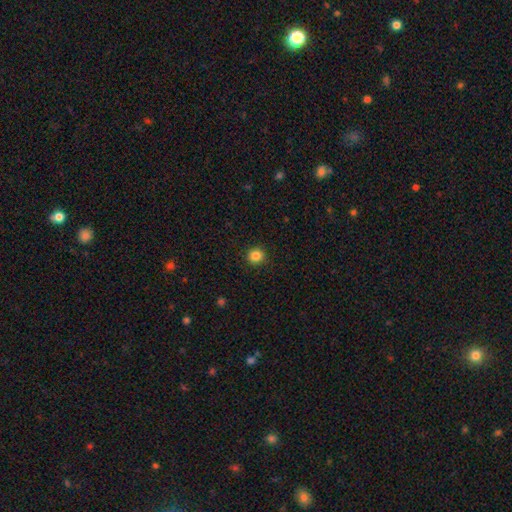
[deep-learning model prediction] Q: Smooth or featured?
A: smooth (85%); runner-up: star or artifact (11%)
Q: How rounded?
A: round (90%); runner-up: in between (9%)
Q: Merging?
A: none (92%); runner-up: minor disturbance (5%)